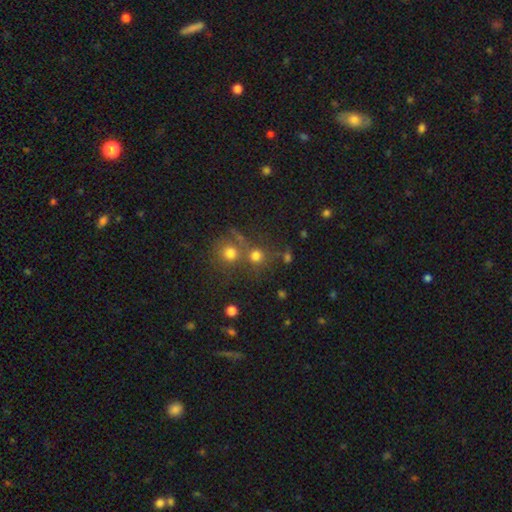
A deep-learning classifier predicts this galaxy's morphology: The model was most divided on "merging": none: 58%, merger: 30%, minor disturbance: 8%, major disturbance: 5%. More confident: how rounded — round (91%); smooth or featured — smooth (73%).